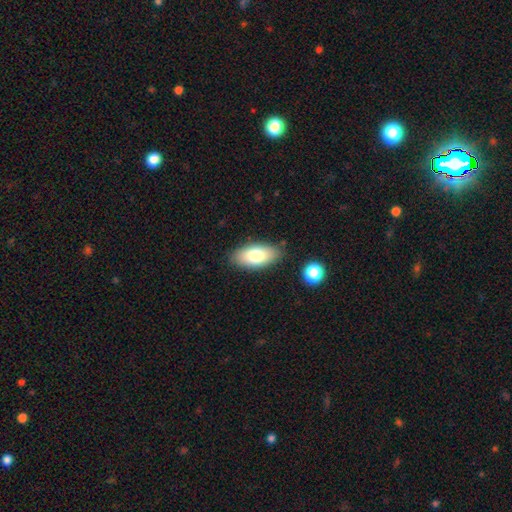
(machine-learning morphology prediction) Q: Smooth or featured?
A: smooth (77%); runner-up: featured or disk (15%)
Q: How rounded?
A: in between (90%); runner-up: cigar-shaped (7%)
Q: Merging?
A: none (83%); runner-up: minor disturbance (12%)